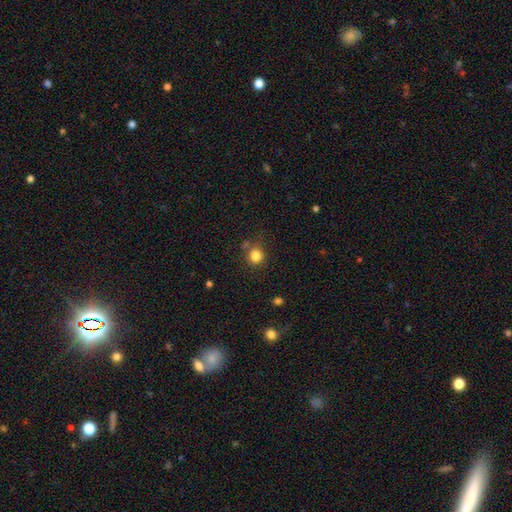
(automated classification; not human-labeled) This is clearly a smooth galaxy (83%). How rounded: clearly round (88%). Merging: likely none (74%).